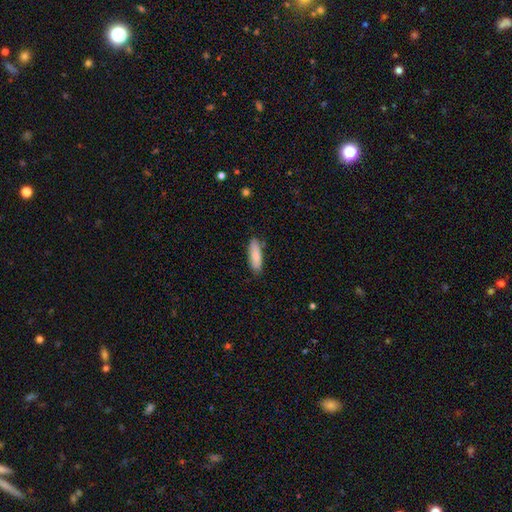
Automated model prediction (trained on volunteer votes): Smooth or featured: smooth — 83% (featured or disk — 11%)
How rounded: in between — 60% (cigar-shaped — 39%)
Merging: none — 79% (minor disturbance — 16%)